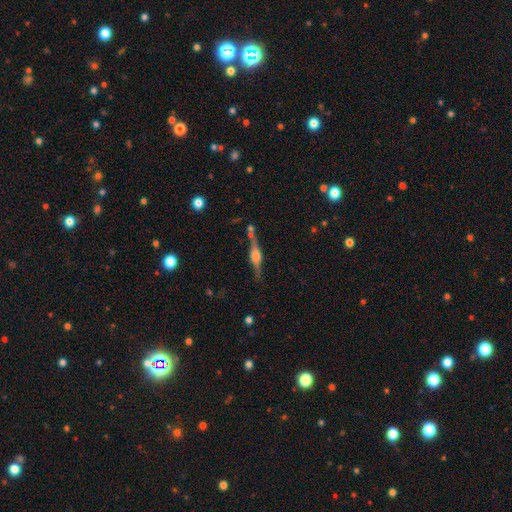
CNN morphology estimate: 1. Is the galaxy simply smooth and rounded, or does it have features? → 81% featured or disk, 12% smooth, 7% star or artifact.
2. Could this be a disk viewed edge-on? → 97% yes, 3% no.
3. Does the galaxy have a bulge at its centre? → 84% rounded, 14% boxy, 2% none.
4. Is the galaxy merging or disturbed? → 76% none, 13% minor disturbance, 7% merger, 4% major disturbance.